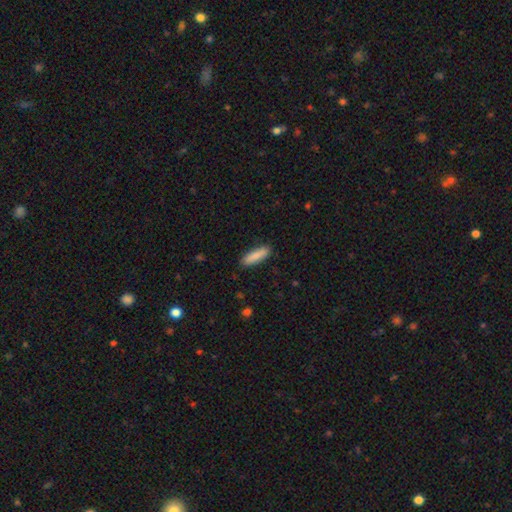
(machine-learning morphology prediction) smooth_or_featured: smooth (p=0.87) [alt: featured or disk p=0.07]
how_rounded: cigar-shaped (p=0.60) [alt: in between p=0.38]
merging: none (p=0.88) [alt: minor disturbance p=0.09]